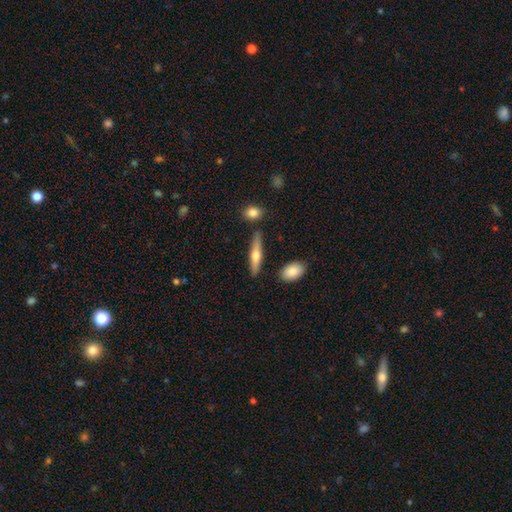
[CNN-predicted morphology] This appears to be a smooth galaxy with no disk features (52%) that is cigar-shaped (76%). Merging: none (83%).